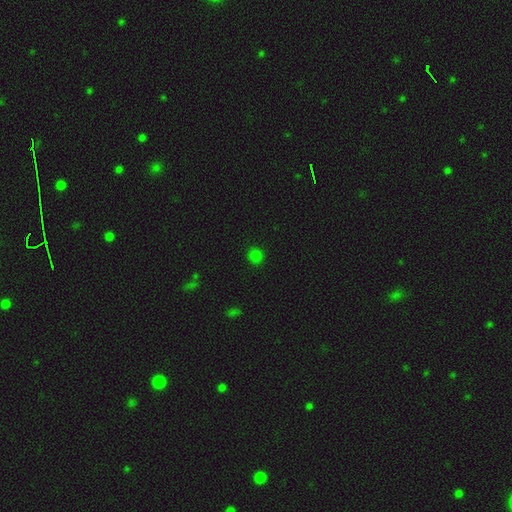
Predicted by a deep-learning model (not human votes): Smooth or featured? smooth (77%)
How rounded? round (88%)
Merging? none (89%)